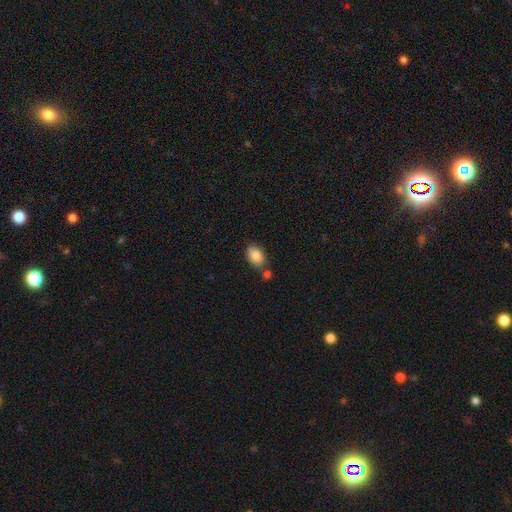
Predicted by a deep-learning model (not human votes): smooth_or_featured: smooth (p=0.87) [alt: star or artifact p=0.08]
how_rounded: in between (p=0.84) [alt: round p=0.14]
merging: none (p=0.66) [alt: minor disturbance p=0.16]